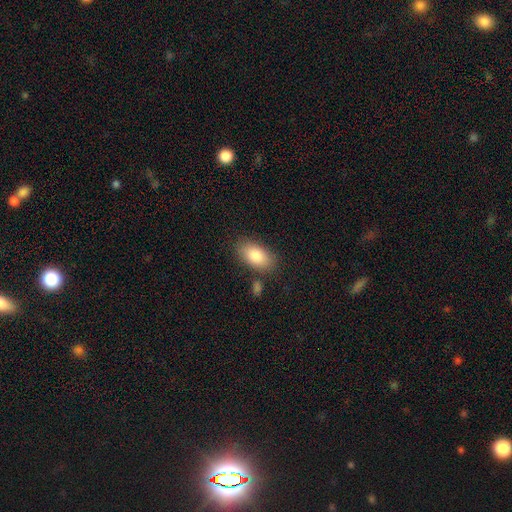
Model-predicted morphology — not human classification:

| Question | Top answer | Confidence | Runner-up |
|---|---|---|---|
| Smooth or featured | smooth | 85% | featured or disk (9%) |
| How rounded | in between | 93% | round (4%) |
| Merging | none | 78% | minor disturbance (13%) |